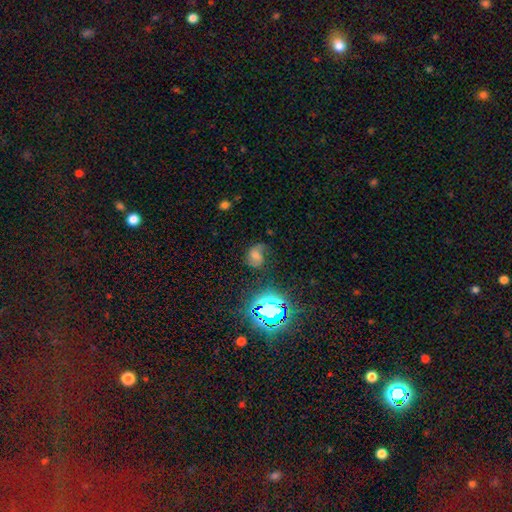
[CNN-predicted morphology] smooth_or_featured: featured or disk (p=0.47) [alt: star or artifact p=0.27]
merging: none (p=0.60) [alt: minor disturbance p=0.21]